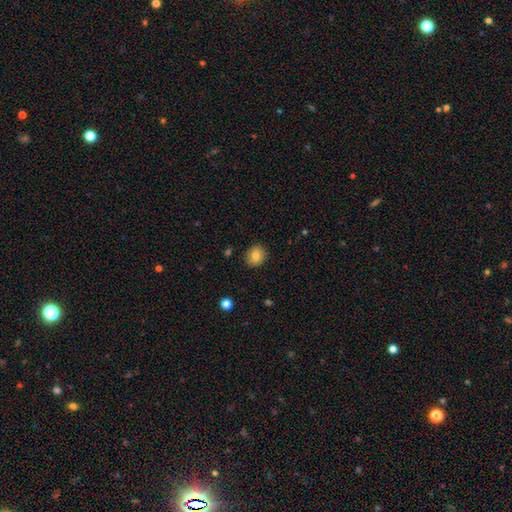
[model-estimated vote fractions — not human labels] Smooth or featured?
  - smooth: 80% *
  - featured or disk: 10%
  - star or artifact: 9%
How rounded?
  - round: 69% *
  - in between: 30%
  - cigar-shaped: 1%
Merging?
  - none: 88% *
  - minor disturbance: 8%
  - major disturbance: 2%
  - merger: 1%